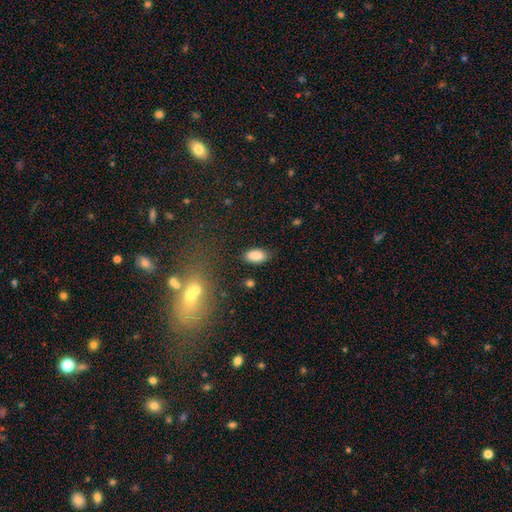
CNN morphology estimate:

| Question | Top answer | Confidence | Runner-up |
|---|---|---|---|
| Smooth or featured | smooth | 87% | star or artifact (8%) |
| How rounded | in between | 93% | round (4%) |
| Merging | none | 81% | minor disturbance (14%) |